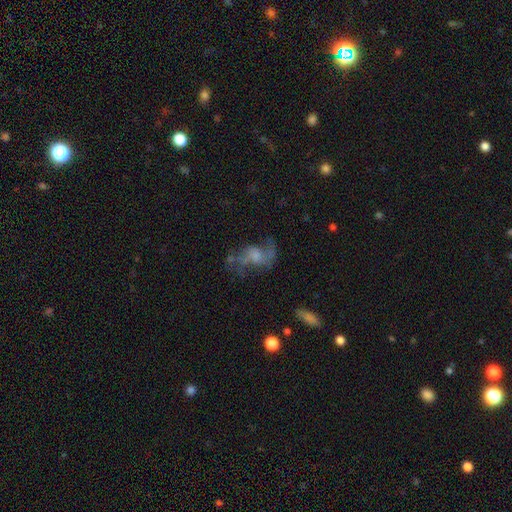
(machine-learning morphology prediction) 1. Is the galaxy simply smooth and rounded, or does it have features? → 64% featured or disk, 24% smooth, 11% star or artifact.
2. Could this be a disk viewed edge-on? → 96% no, 4% yes.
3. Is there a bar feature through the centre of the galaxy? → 65% no, 30% weak, 6% strong.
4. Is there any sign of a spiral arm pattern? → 72% yes, 28% no.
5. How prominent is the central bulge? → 34% small, 30% moderate, 26% none, 8% large, 2% dominant.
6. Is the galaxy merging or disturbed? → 42% none, 33% major disturbance, 19% minor disturbance, 5% merger.